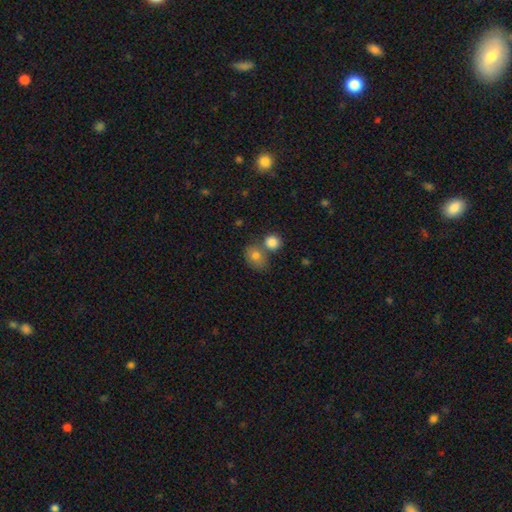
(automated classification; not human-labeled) smooth-or-featured: smooth: 77% | featured or disk: 13% | star or artifact: 10%
  how-rounded: round: 51% | in between: 48% | cigar-shaped: 1%
  merging: none: 48% | merger: 34% | minor disturbance: 14% | major disturbance: 5%